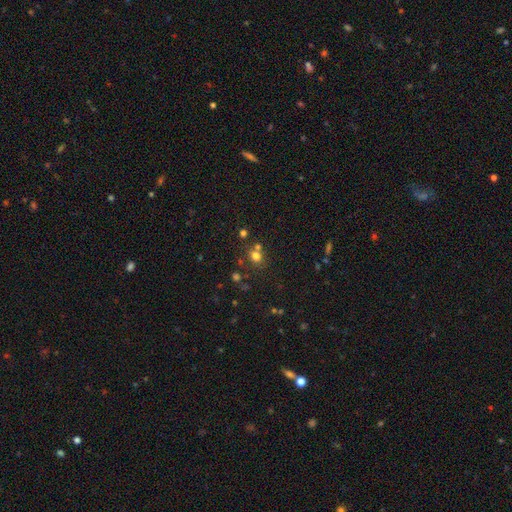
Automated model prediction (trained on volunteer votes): Smooth or featured: smooth — 70% (star or artifact — 21%)
How rounded: round — 74% (in between — 25%)
Merging: none — 62% (merger — 24%)